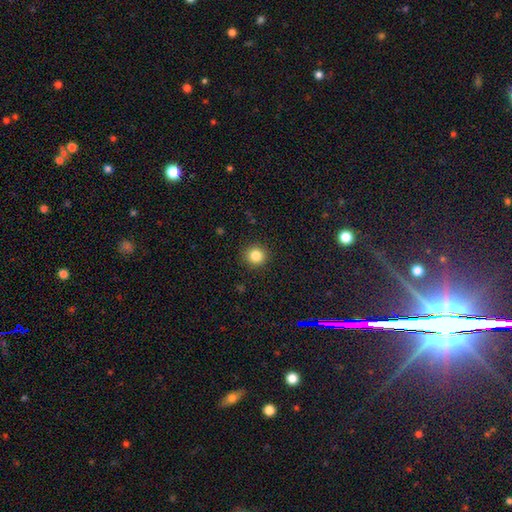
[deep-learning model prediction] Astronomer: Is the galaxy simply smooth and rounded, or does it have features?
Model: smooth — 84%.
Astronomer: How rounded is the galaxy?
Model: round — 93%.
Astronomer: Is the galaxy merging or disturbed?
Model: none — 92%.